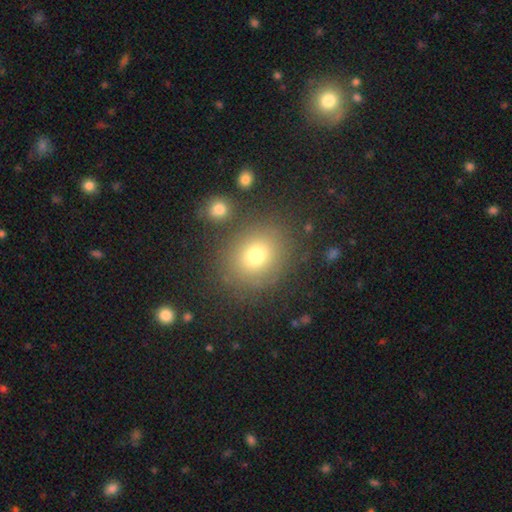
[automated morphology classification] A smooth galaxy with no disk features (73%) that is round (70%).

Vote fractions:
- Smooth or featured? smooth: 73% / star or artifact: 15% / featured or disk: 12%
- How rounded? round: 70% / in between: 29% / cigar-shaped: 1%
- Merging? none: 80% / minor disturbance: 10% / merger: 5% / major disturbance: 4%